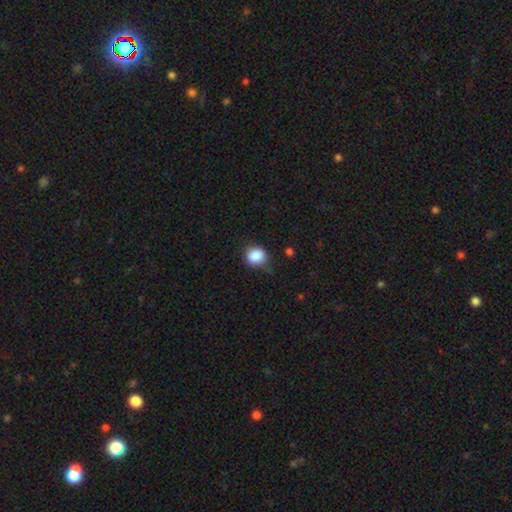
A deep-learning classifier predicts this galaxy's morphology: This appears to be a smooth galaxy with no disk features (86%) that is round (74%). Merging: none (66%).